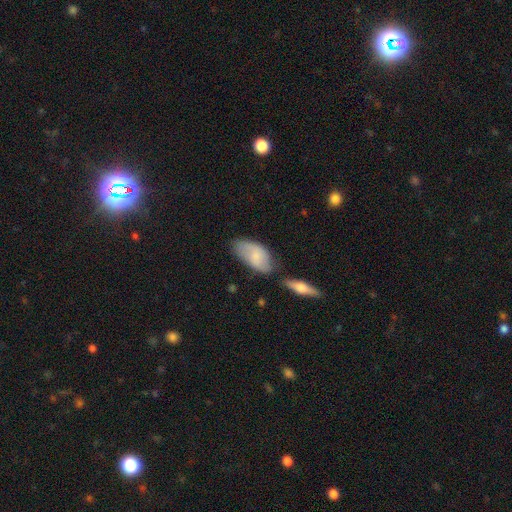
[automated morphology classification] Smooth or featured? Predicted: smooth (p=0.67). How rounded? Predicted: in between (p=0.92). Merging? Predicted: none (p=0.53).